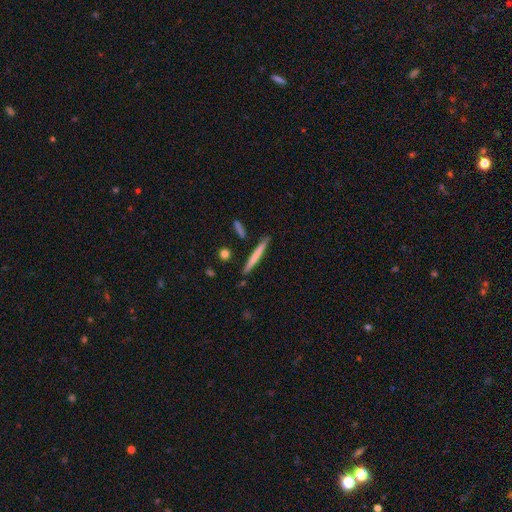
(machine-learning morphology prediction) The model was most divided on "smooth or featured": smooth: 62%, featured or disk: 33%, star or artifact: 5%. More confident: how rounded — cigar-shaped (96%); merging — none (87%).